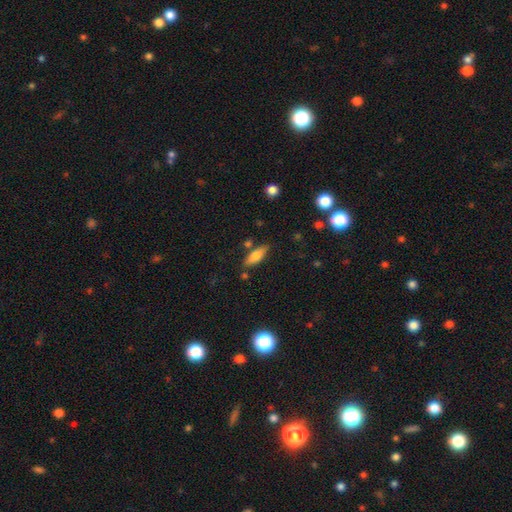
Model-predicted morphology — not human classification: Q: Smooth or featured?
A: smooth (72%); runner-up: featured or disk (20%)
Q: How rounded?
A: in between (62%); runner-up: cigar-shaped (36%)
Q: Merging?
A: none (76%); runner-up: minor disturbance (14%)